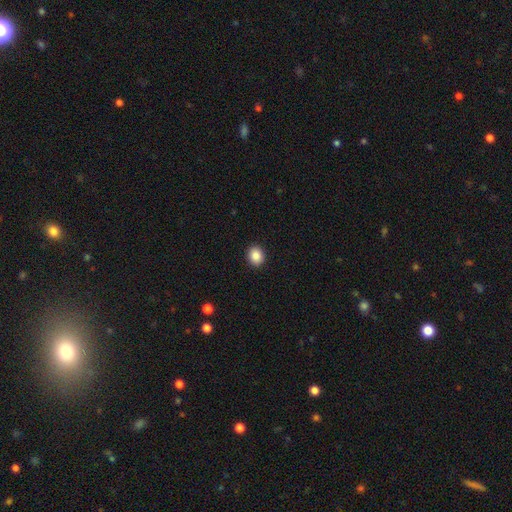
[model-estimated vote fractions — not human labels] Smooth or featured: smooth — 87% (star or artifact — 9%)
How rounded: round — 65% (in between — 34%)
Merging: none — 92% (minor disturbance — 5%)